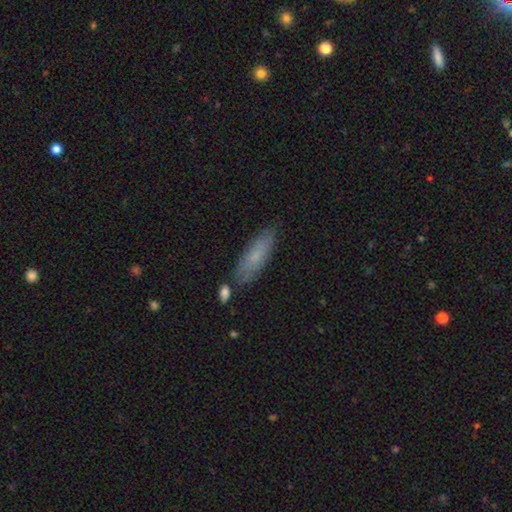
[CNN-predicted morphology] A smooth galaxy with no disk features (71%) that is cigar-shaped (56%).

Vote fractions:
- Smooth or featured? smooth: 71% / featured or disk: 22% / star or artifact: 7%
- How rounded? cigar-shaped: 56% / in between: 43% / round: 2%
- Merging? none: 78% / minor disturbance: 14% / merger: 5% / major disturbance: 3%